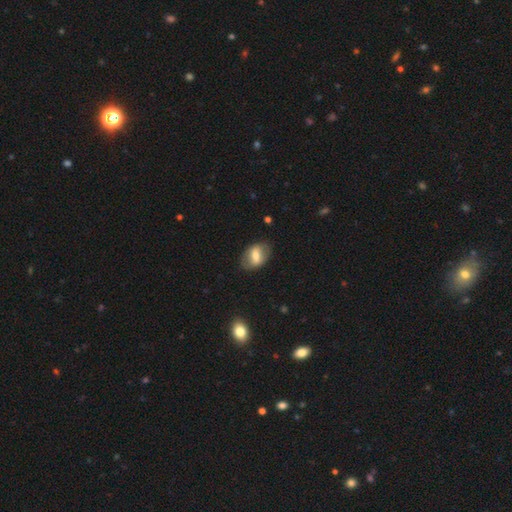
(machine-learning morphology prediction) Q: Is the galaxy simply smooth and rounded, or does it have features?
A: smooth — 54%.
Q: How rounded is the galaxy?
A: in between — 82%.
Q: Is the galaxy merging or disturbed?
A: none — 79%.